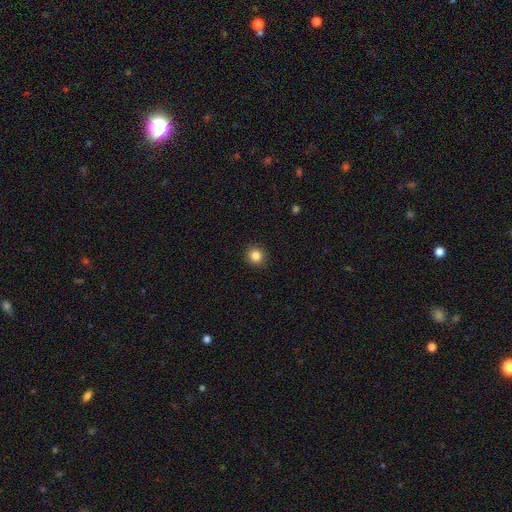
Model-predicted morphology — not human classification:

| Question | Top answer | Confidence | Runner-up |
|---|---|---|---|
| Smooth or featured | smooth | 84% | star or artifact (11%) |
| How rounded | round | 91% | in between (8%) |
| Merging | none | 92% | minor disturbance (5%) |